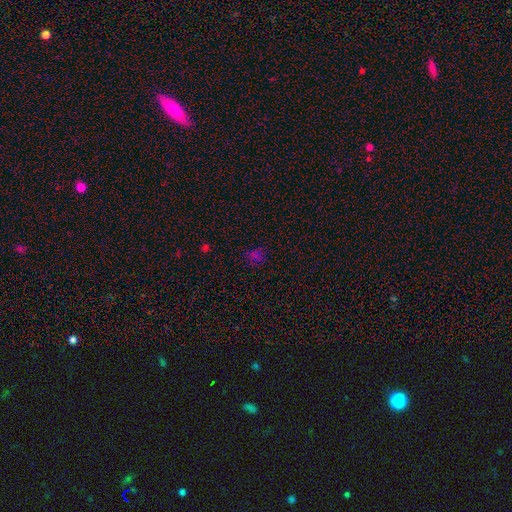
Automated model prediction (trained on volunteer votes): Smooth or featured: smooth — 58% (star or artifact — 36%)
How rounded: round — 69% (in between — 30%)
Merging: none — 74% (minor disturbance — 16%)